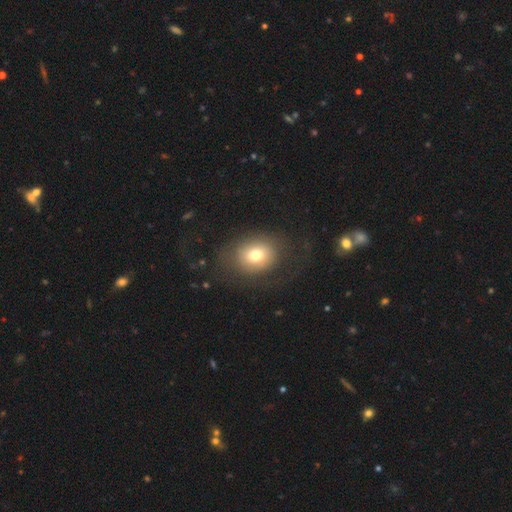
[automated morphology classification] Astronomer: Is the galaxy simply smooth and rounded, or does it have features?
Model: smooth — 70%.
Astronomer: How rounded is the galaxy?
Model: round — 54% (runner-up: in between, 45%).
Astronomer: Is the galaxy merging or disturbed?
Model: none — 64%.